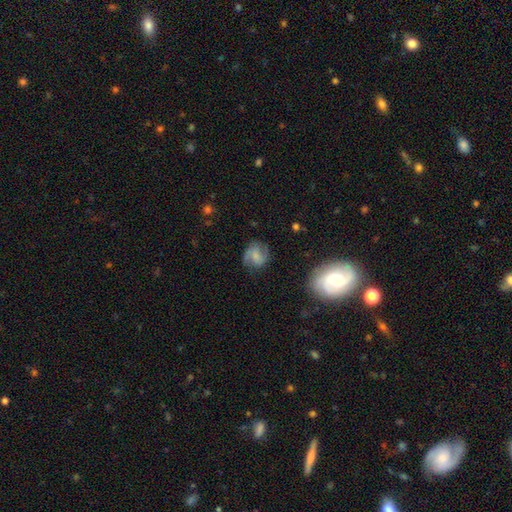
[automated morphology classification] type=featured or disk (48%); merging=none (66%).